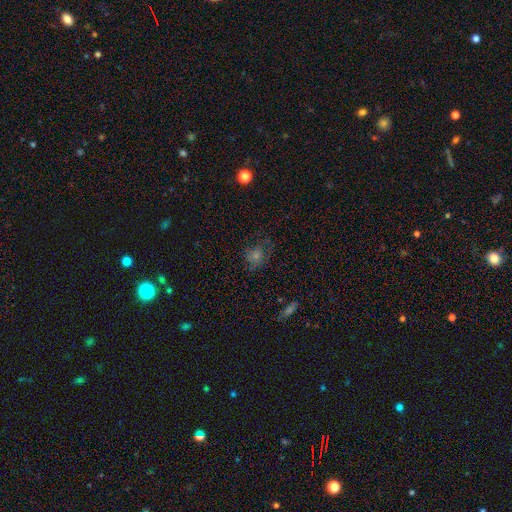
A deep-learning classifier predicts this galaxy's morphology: Smooth or featured? Predicted: smooth (p=0.40). Merging? Predicted: none (p=0.64).